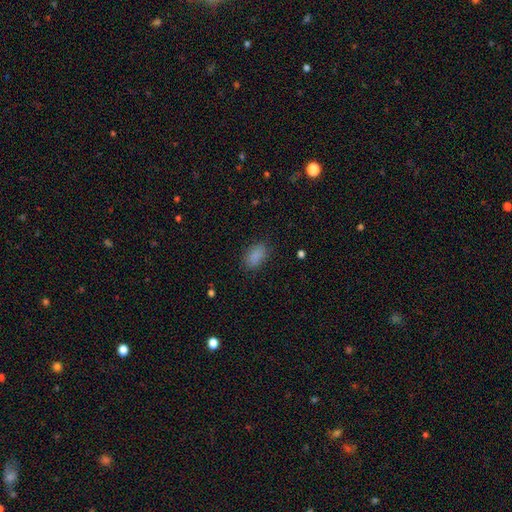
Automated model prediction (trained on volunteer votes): Smooth or featured? Predicted: smooth (p=0.87). How rounded? Predicted: in between (p=0.89). Merging? Predicted: none (p=0.82).